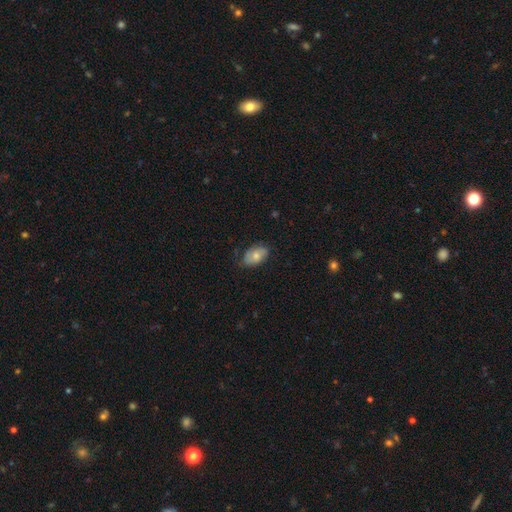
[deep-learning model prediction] smooth-or-featured: smooth: 65% | featured or disk: 28% | star or artifact: 7%
  how-rounded: in between: 90% | round: 8% | cigar-shaped: 2%
  merging: none: 69% | minor disturbance: 25% | major disturbance: 5% | merger: 1%